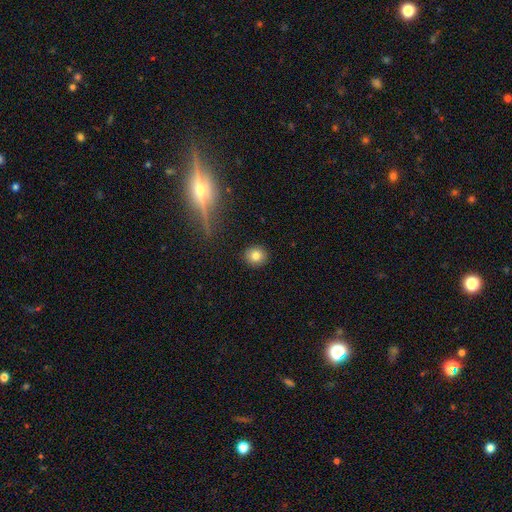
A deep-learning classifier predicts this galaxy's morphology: This is clearly a smooth galaxy (81%). How rounded: clearly round (85%). Merging: clearly none (90%).